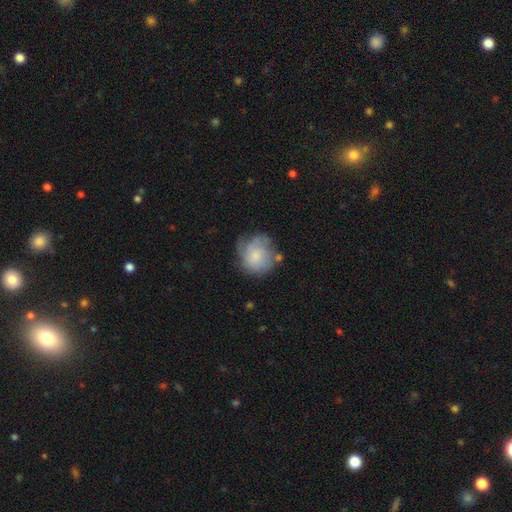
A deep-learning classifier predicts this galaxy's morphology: smooth 58%, featured or disk 34%, star or artifact 8%. Down the decision tree: how rounded — round (82%); merging — none (57%).